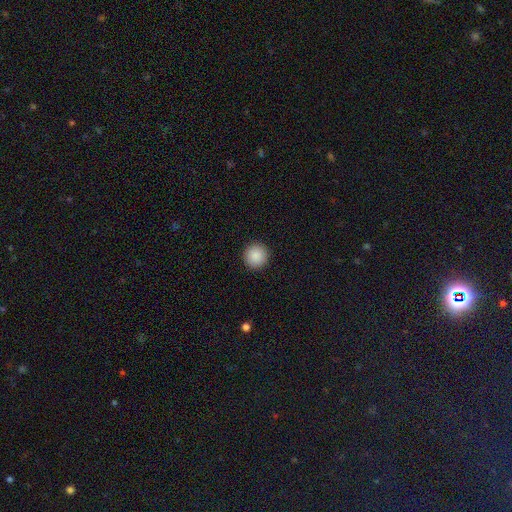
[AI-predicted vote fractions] A smooth galaxy with no disk features (89%) that is round (96%).

Vote fractions:
- Smooth or featured? smooth: 89% / star or artifact: 8% / featured or disk: 3%
- How rounded? round: 96% / in between: 4% / cigar-shaped: 1%
- Merging? none: 93% / minor disturbance: 4% / major disturbance: 2% / merger: 1%